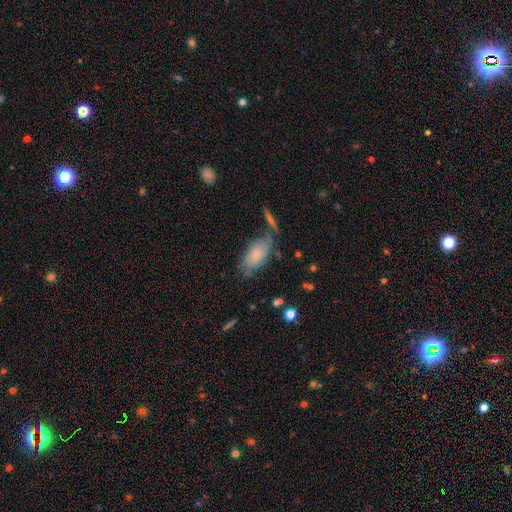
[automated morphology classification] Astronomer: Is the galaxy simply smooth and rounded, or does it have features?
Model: smooth — 66%.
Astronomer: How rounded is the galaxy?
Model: in between — 90%.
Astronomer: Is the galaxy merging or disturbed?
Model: none — 54%.